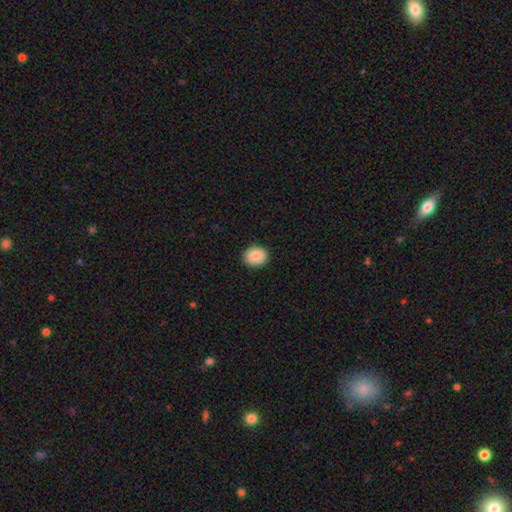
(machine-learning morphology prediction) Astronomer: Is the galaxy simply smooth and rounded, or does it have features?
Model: smooth — 86%.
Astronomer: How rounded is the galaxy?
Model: round — 55% (runner-up: in between, 45%).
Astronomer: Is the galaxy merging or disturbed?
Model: none — 86%.